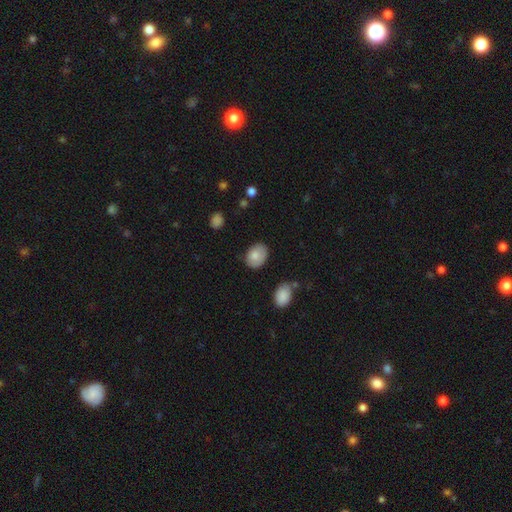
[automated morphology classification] smooth 82%, featured or disk 11%, star or artifact 7%. Down the decision tree: how rounded — in between (76%); merging — none (79%).